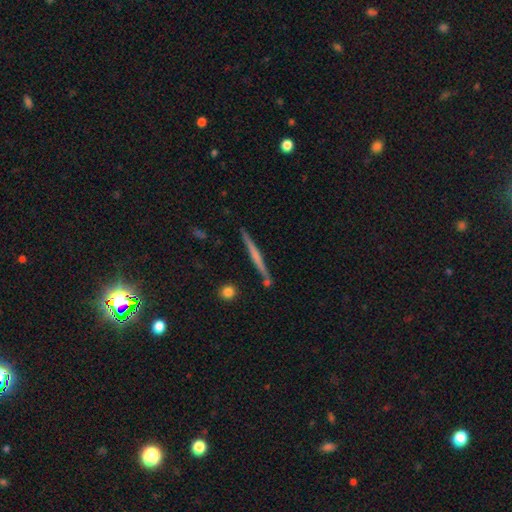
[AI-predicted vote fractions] Smooth or featured? featured or disk (57%)
Edge-on disk? yes (98%)
Edge-on bulge? none (66%)
Merging? none (87%)